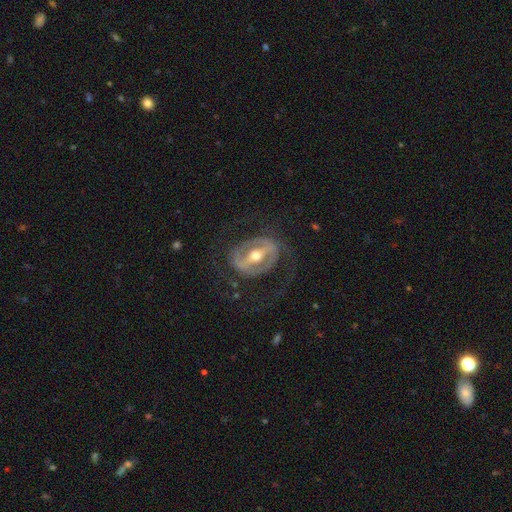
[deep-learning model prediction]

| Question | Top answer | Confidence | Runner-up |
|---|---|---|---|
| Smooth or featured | featured or disk | 85% | smooth (10%) |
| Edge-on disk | no | 93% | yes (7%) |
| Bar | strong | 72% | weak (20%) |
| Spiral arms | yes | 59% | no (41%) |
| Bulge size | moderate | 68% | small (25%) |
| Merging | none | 67% | major disturbance (20%) |